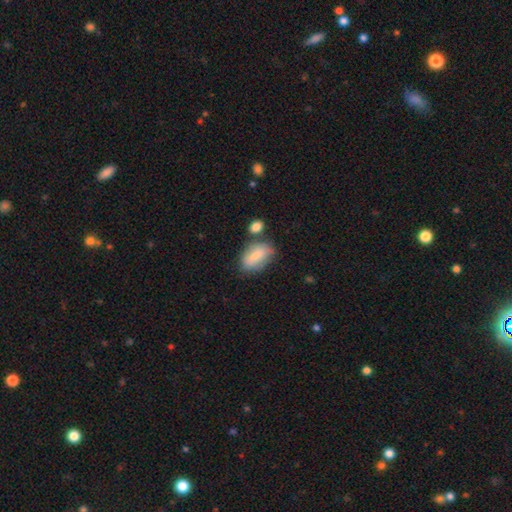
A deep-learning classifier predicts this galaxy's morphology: The model was most divided on "merging": none: 57%, minor disturbance: 22%, merger: 15%, major disturbance: 6%. More confident: how rounded — in between (90%); smooth or featured — smooth (75%).